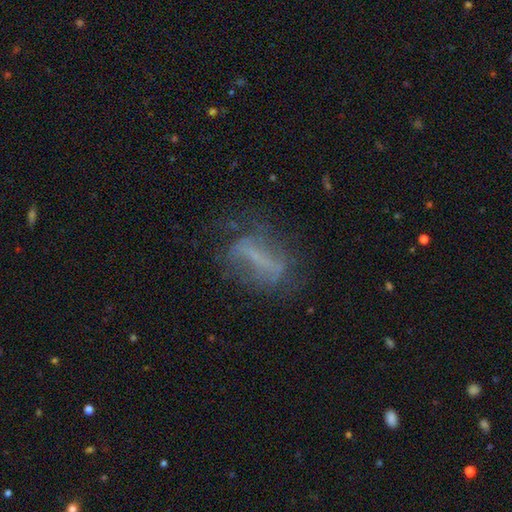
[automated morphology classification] The model was most divided on "smooth or featured": featured or disk: 54%, smooth: 30%, star or artifact: 16%. More confident: edge-on disk — no (82%); merging — none (56%).